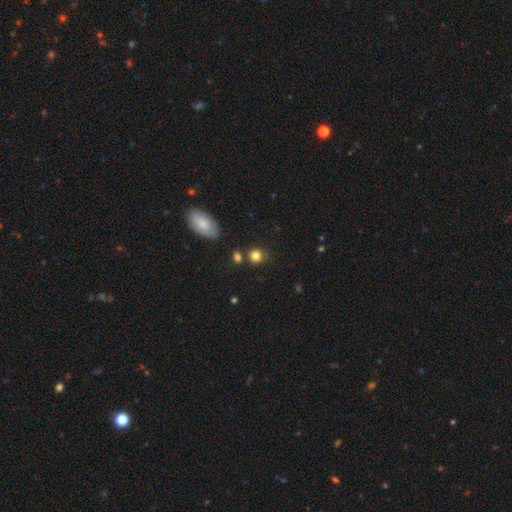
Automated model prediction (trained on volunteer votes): The model was most divided on "merging": none: 72%, minor disturbance: 14%, merger: 10%, major disturbance: 4%. More confident: smooth or featured — smooth (82%); how rounded — round (82%).